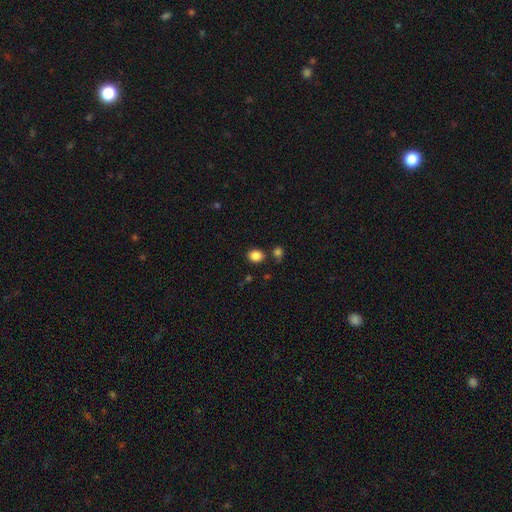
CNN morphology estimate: smooth 85%, star or artifact 10%, featured or disk 4%. Down the decision tree: how rounded — round (59%); merging — none (81%).